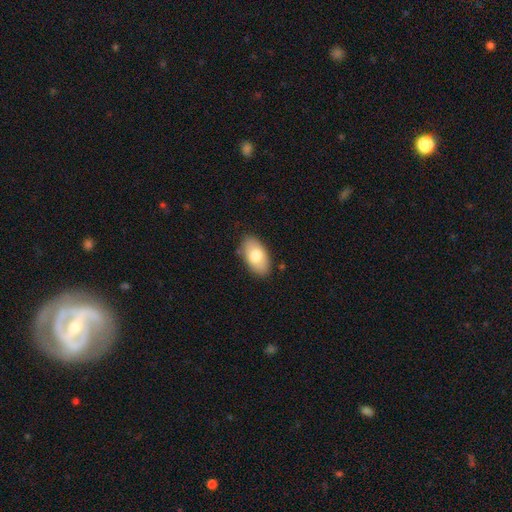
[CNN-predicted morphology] Smooth or featured? smooth (76%)
How rounded? in between (94%)
Merging? none (84%)